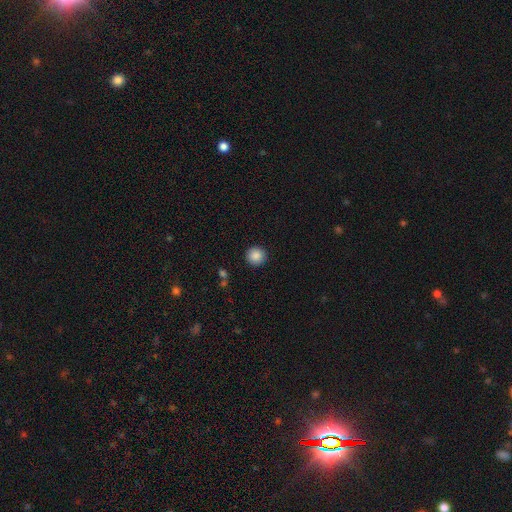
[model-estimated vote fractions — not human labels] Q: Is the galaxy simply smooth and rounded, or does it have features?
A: smooth — 88%.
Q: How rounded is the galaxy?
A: round — 95%.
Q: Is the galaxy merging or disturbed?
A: none — 92%.